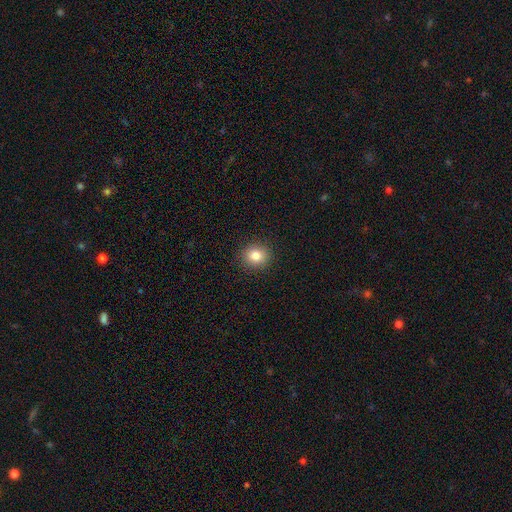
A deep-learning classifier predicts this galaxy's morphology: smooth_or_featured: smooth (p=0.82) [alt: star or artifact p=0.11]
how_rounded: round (p=0.84) [alt: in between p=0.15]
merging: none (p=0.91) [alt: minor disturbance p=0.06]